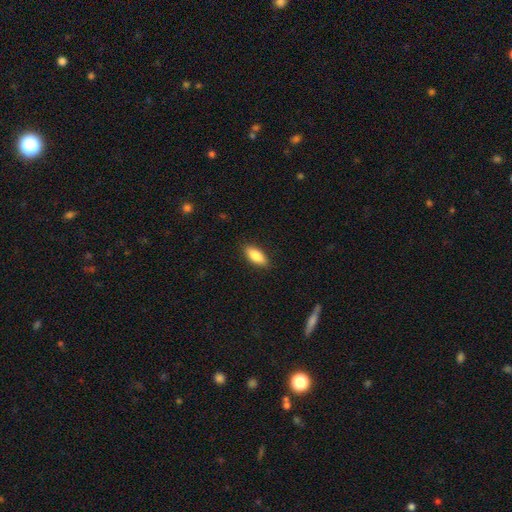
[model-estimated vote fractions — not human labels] Q: Smooth or featured?
A: smooth (84%); runner-up: featured or disk (9%)
Q: How rounded?
A: in between (81%); runner-up: cigar-shaped (16%)
Q: Merging?
A: none (88%); runner-up: minor disturbance (9%)